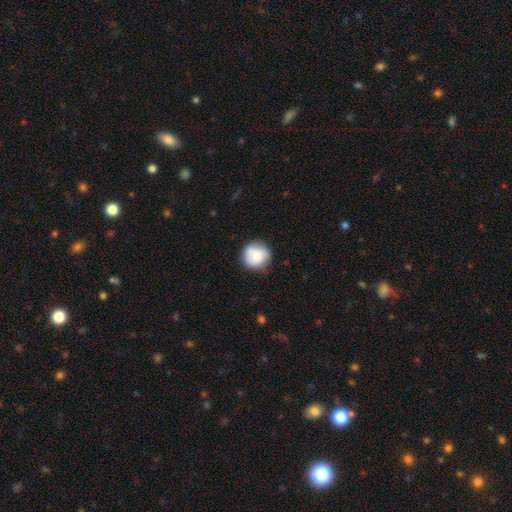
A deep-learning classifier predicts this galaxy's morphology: Overall: smooth (72%). How rounded: round (91%). Merging: none (74%).